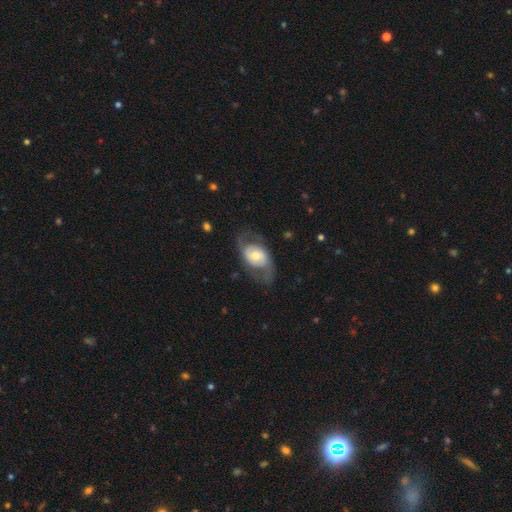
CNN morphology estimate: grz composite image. It shows a featured or disk galaxy (70%) with no bar (60%), 2 (87%) medium (47%) spiral arms (80%) and a moderate central bulge (58%). Merging: none (67%).